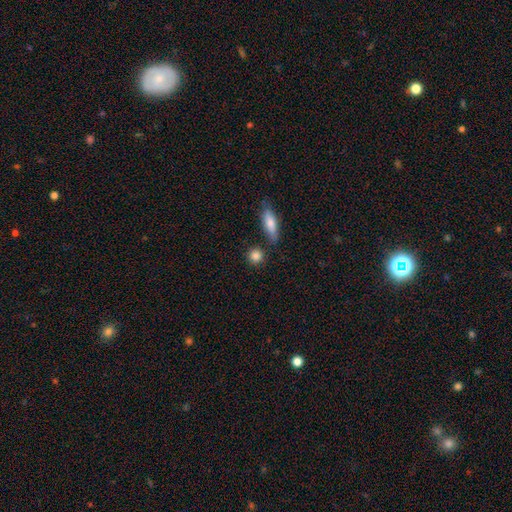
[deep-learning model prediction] Smooth or featured?
  - smooth: 85% *
  - star or artifact: 8%
  - featured or disk: 6%
How rounded?
  - round: 84% *
  - in between: 12%
  - cigar-shaped: 4%
Merging?
  - none: 79% *
  - minor disturbance: 10%
  - merger: 8%
  - major disturbance: 3%